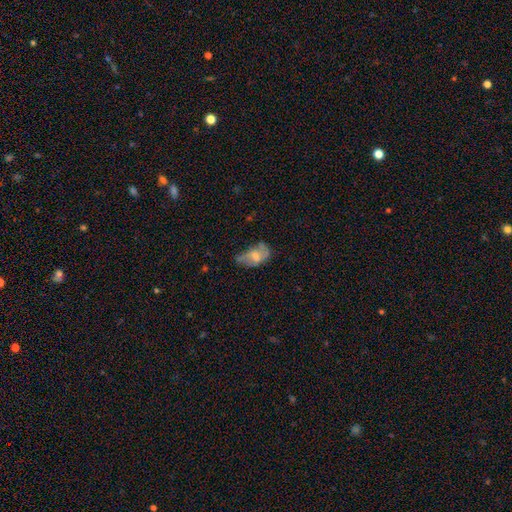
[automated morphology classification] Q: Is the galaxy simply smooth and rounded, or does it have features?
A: smooth — 55%.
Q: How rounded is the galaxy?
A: in between — 90%.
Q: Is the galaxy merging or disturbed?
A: minor disturbance — 36%.